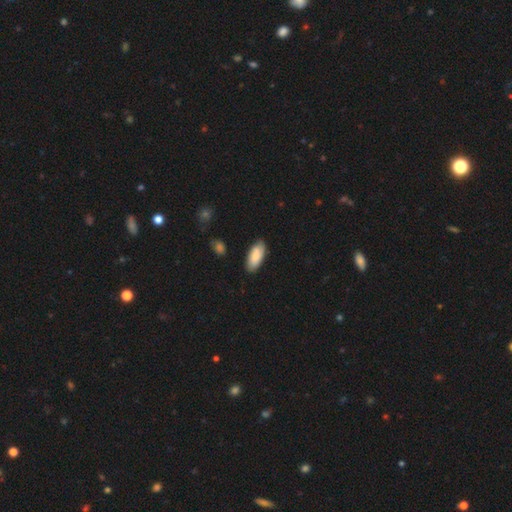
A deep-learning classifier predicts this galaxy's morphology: Smooth or featured?
  - smooth: 79% *
  - featured or disk: 15%
  - star or artifact: 6%
How rounded?
  - in between: 88% *
  - cigar-shaped: 10%
  - round: 2%
Merging?
  - none: 81% *
  - minor disturbance: 14%
  - major disturbance: 2%
  - merger: 2%